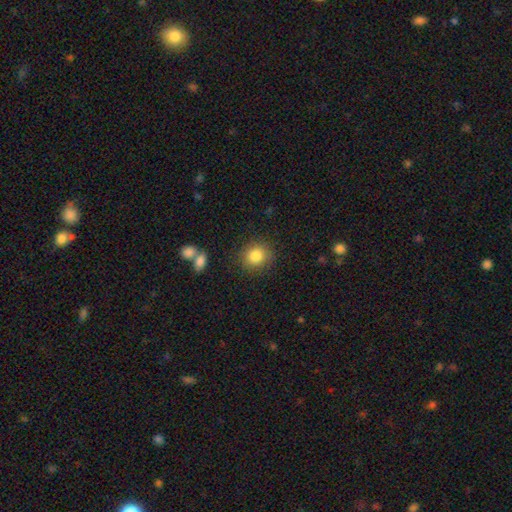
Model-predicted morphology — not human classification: This appears to be a smooth galaxy with no disk features (84%) that is round (81%). Merging: none (84%).